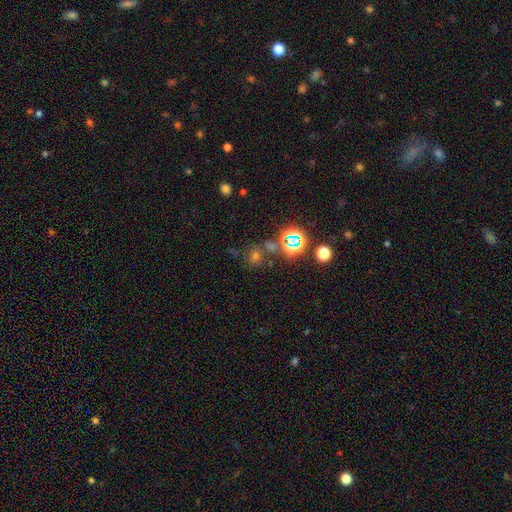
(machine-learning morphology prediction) type=star or artifact (50%).